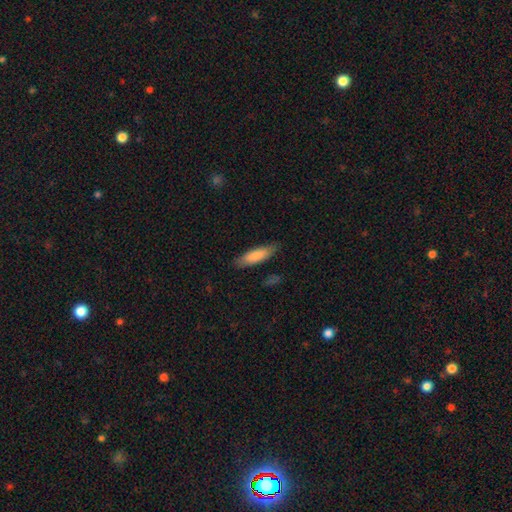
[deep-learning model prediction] smooth 85%, featured or disk 10%, star or artifact 5%. Down the decision tree: how rounded — cigar-shaped (58%); merging — none (84%).